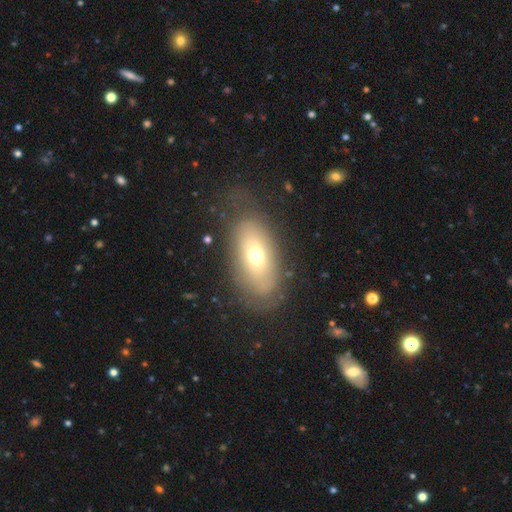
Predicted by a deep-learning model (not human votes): Morphology: type=smooth (58%); roundness=in between (87%); merging=none (66%).